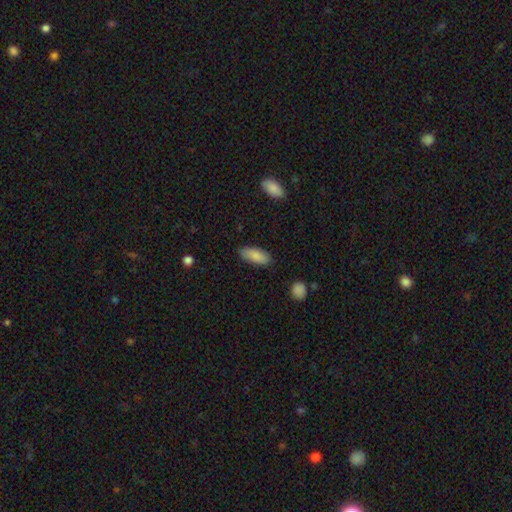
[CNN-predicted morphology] A smooth galaxy with no disk features (84%) that is in between round and cigar-shaped (81%).

Vote fractions:
- Smooth or featured? smooth: 84% / featured or disk: 9% / star or artifact: 6%
- How rounded? in between: 81% / cigar-shaped: 17% / round: 2%
- Merging? none: 83% / minor disturbance: 13% / major disturbance: 3% / merger: 2%